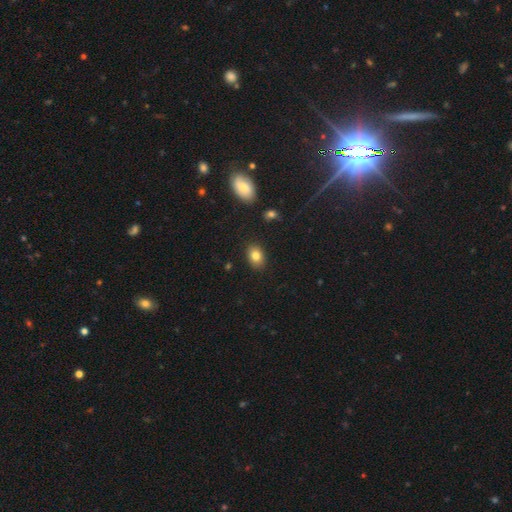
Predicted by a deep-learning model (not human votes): Overall: smooth (82%). How rounded: in between (73%). Merging: none (88%).